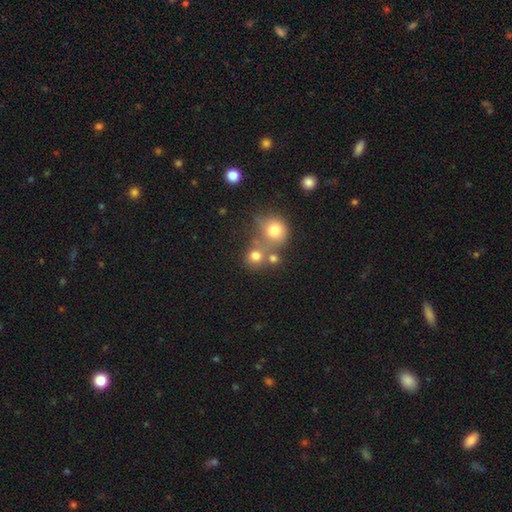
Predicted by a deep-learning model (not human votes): A smooth galaxy with no disk features (75%) that is round (82%).

Vote fractions:
- Smooth or featured? smooth: 75% / star or artifact: 14% / featured or disk: 11%
- How rounded? round: 82% / in between: 16% / cigar-shaped: 1%
- Merging? none: 43% / merger: 42% / minor disturbance: 9% / major disturbance: 6%